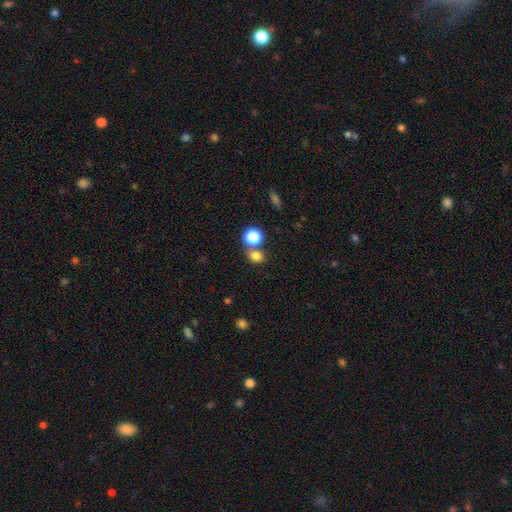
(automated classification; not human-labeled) smooth-or-featured: smooth: 78% | star or artifact: 16% | featured or disk: 7%
  how-rounded: round: 75% | in between: 24% | cigar-shaped: 1%
  merging: none: 59% | merger: 30% | minor disturbance: 8% | major disturbance: 3%